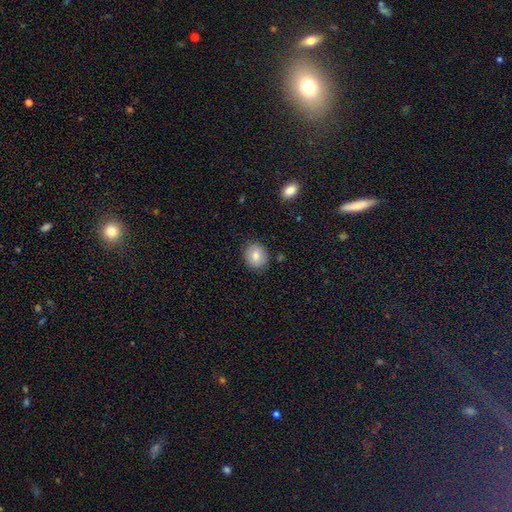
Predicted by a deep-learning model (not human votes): This appears to be a smooth galaxy with no disk features (79%) that is round (69%). Merging: none (88%).